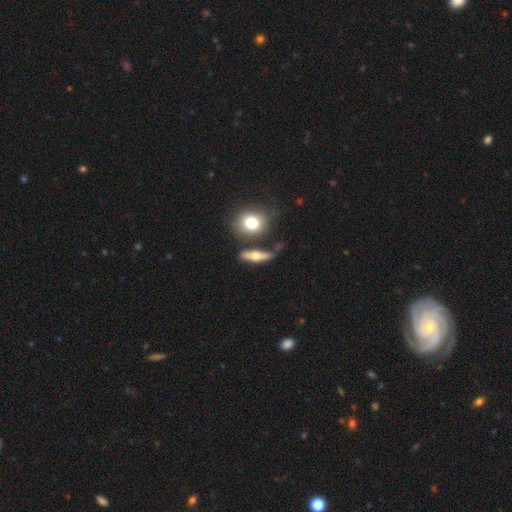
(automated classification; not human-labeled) Overall: featured or disk (47%; smooth 45%). Merging: none (69%).